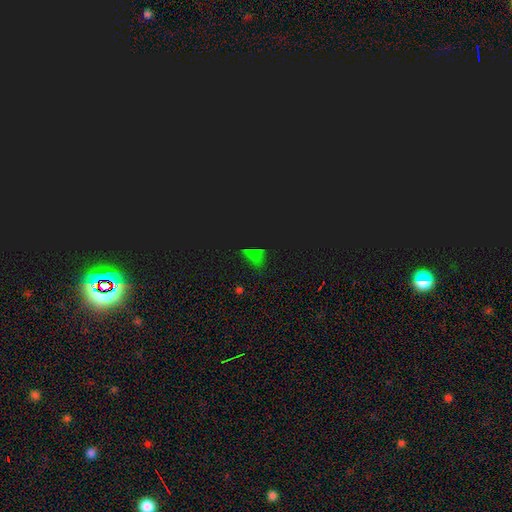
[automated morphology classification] This is likely a star or artifact rather than a galaxy (69%).